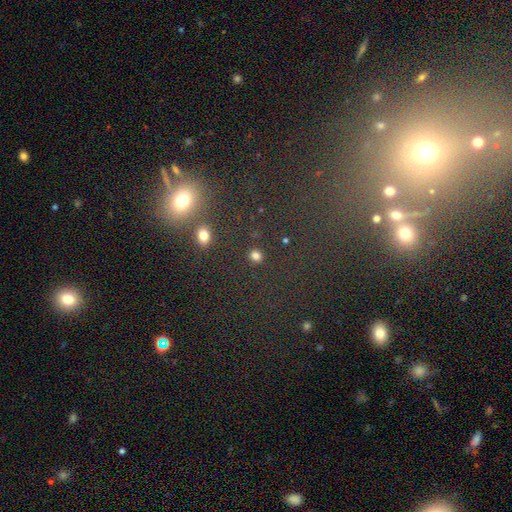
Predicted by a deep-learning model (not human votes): The model was most divided on "smooth or featured": smooth: 80%, star or artifact: 15%, featured or disk: 4%. More confident: merging — none (88%); how rounded — round (86%).